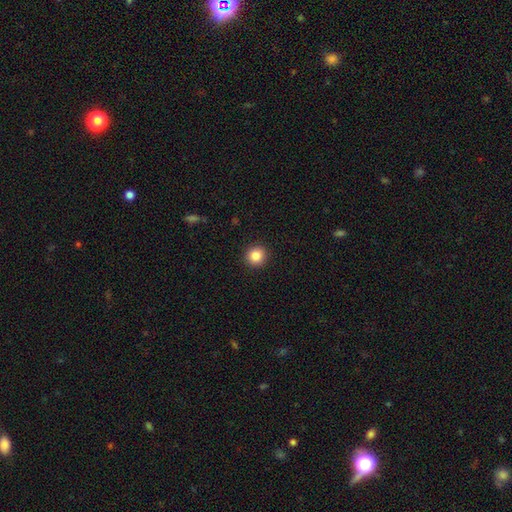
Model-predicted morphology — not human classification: Overall: smooth (85%). How rounded: round (93%). Merging: none (93%).